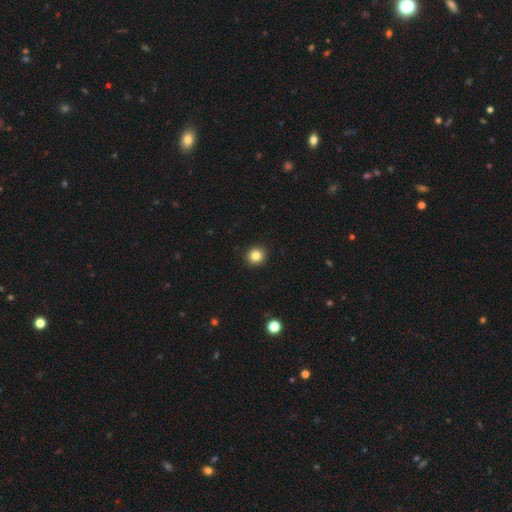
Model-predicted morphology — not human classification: Overall: smooth (84%). How rounded: round (92%). Merging: none (93%).